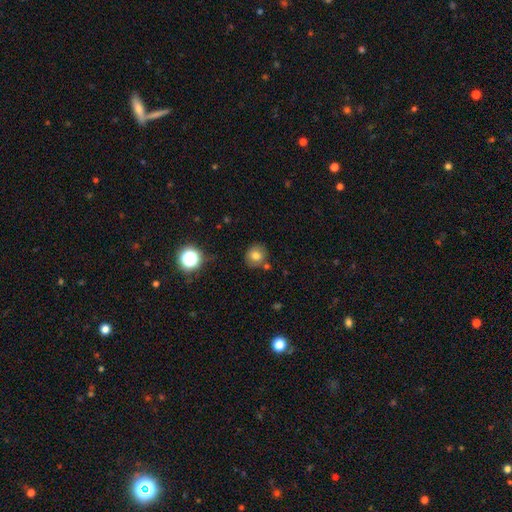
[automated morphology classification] Smooth or featured?
  - smooth: 75% *
  - star or artifact: 14%
  - featured or disk: 11%
How rounded?
  - round: 84% *
  - in between: 15%
  - cigar-shaped: 1%
Merging?
  - none: 78% *
  - minor disturbance: 12%
  - merger: 6%
  - major disturbance: 3%